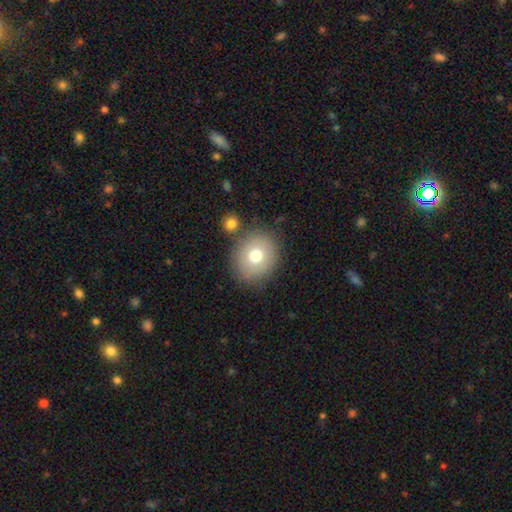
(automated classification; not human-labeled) smooth_or_featured: smooth (p=0.73) [alt: featured or disk p=0.17]
how_rounded: round (p=0.75) [alt: in between p=0.24]
merging: none (p=0.77) [alt: minor disturbance p=0.11]